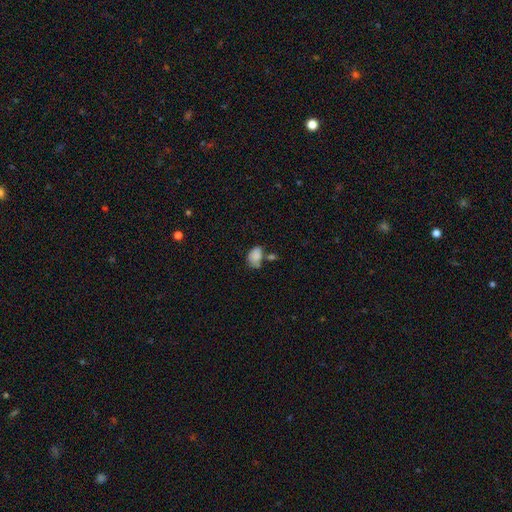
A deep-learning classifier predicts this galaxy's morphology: The model was most divided on "merging": none: 38%, merger: 26%, minor disturbance: 25%, major disturbance: 11%. More confident: how rounded — in between (82%); smooth or featured — smooth (82%).